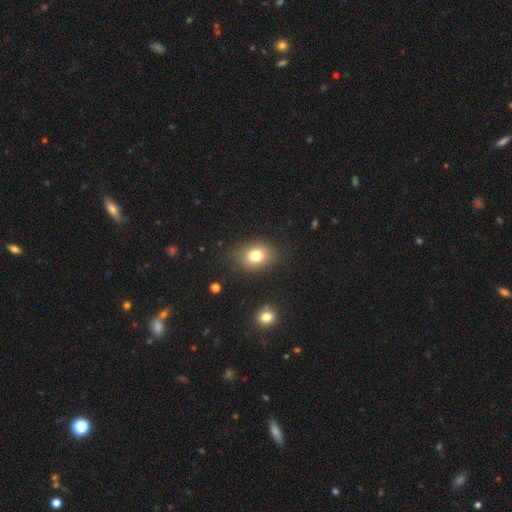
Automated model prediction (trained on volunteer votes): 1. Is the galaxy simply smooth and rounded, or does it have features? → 77% smooth, 13% star or artifact, 11% featured or disk.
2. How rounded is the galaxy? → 52% in between, 47% round, 1% cigar-shaped.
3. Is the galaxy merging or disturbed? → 83% none, 12% minor disturbance, 4% major disturbance, 2% merger.